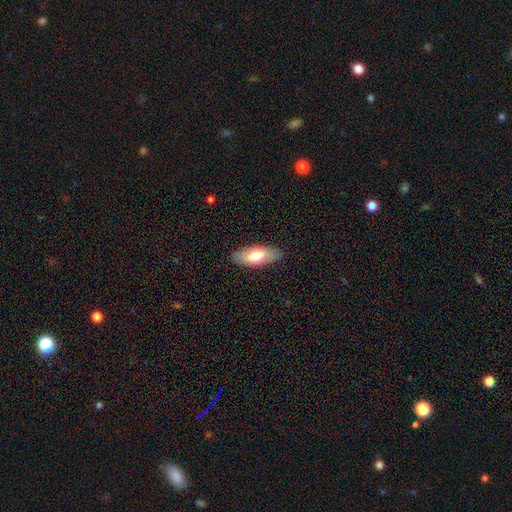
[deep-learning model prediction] Smooth or featured? Predicted: smooth (p=0.69). How rounded? Predicted: in between (p=0.82). Merging? Predicted: none (p=0.87).